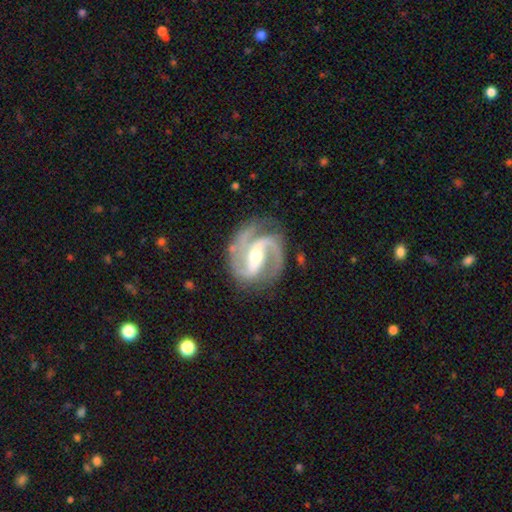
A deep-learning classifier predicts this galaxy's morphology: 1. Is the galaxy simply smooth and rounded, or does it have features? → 93% featured or disk, 4% star or artifact, 3% smooth.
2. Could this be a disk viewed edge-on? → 98% no, 2% yes.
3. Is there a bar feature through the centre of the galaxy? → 46% strong, 36% weak, 18% no.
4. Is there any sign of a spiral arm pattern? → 98% yes, 2% no.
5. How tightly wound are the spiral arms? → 60% medium, 26% tight, 14% loose.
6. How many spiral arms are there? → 75% 2, 17% 3, 3% can't tell, 2% 1, 2% 4, 2% more than 4.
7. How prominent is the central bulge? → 55% moderate, 40% small, 3% large, 1% none, 1% dominant.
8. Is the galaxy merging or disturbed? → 77% none, 15% minor disturbance, 6% major disturbance, 2% merger.